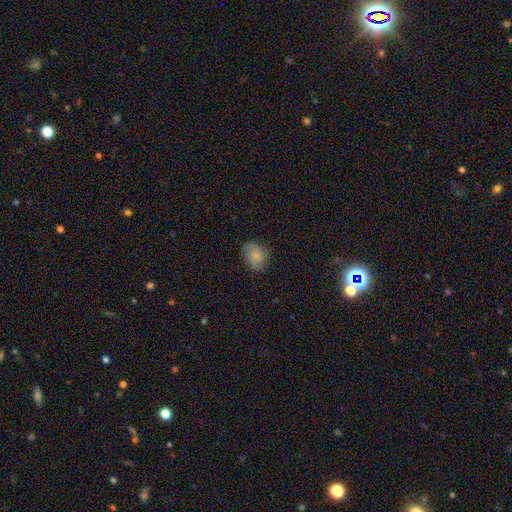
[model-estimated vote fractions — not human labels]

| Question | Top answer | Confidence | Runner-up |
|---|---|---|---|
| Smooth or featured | smooth | 71% | featured or disk (21%) |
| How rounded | in between | 57% | round (42%) |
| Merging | none | 72% | minor disturbance (21%) |